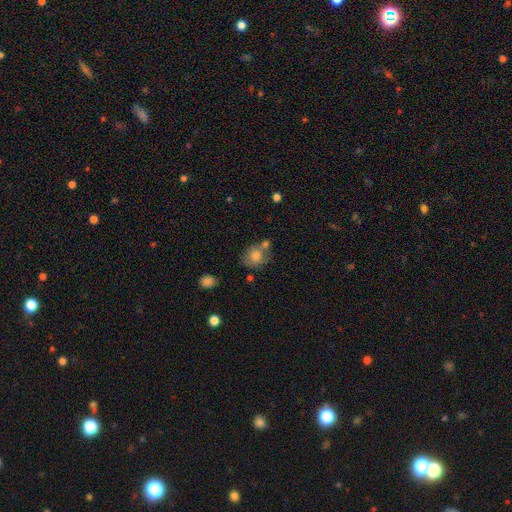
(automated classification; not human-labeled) smooth 76%, featured or disk 14%, star or artifact 10%. Down the decision tree: how rounded — round (73%); merging — none (53%).